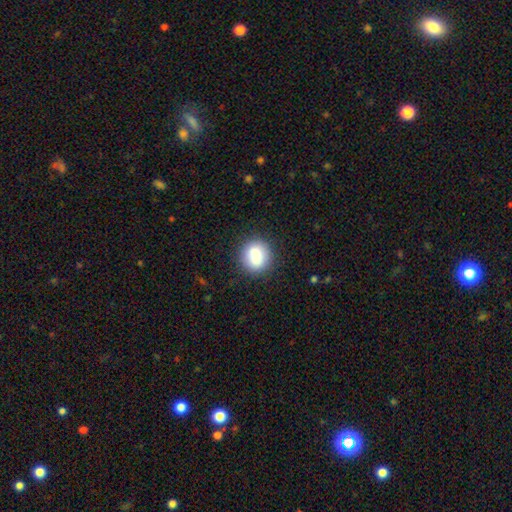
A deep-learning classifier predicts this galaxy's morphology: This is clearly a smooth galaxy (86%). How rounded: likely round (79%). Merging: clearly none (85%).